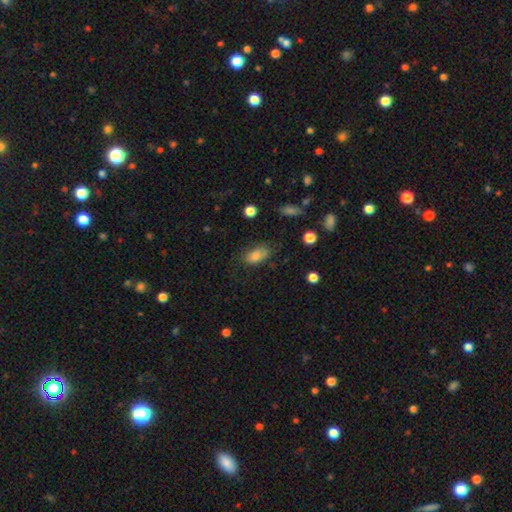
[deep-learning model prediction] Smooth or featured? Predicted: smooth (p=0.79). How rounded? Predicted: in between (p=0.89). Merging? Predicted: none (p=0.65).